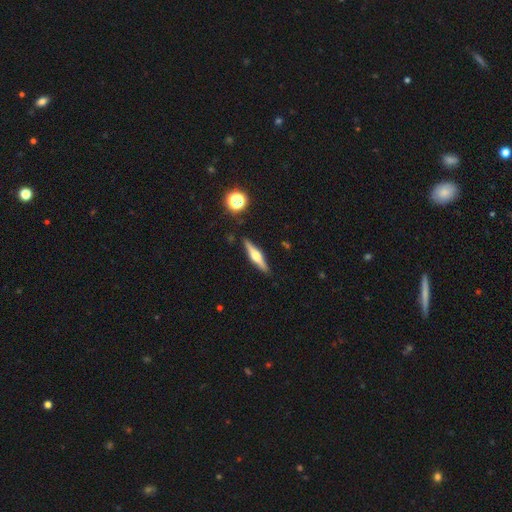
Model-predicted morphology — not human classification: This is likely a featured or disk galaxy (68%). It is clearly viewed edge-on (97%). Edge-on bulge: clearly rounded (92%). Merging: clearly none (88%).